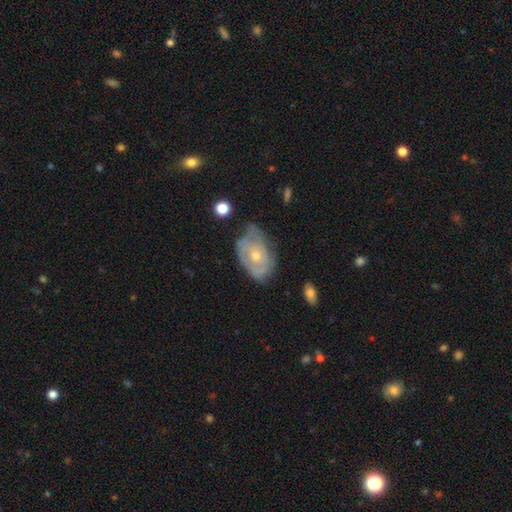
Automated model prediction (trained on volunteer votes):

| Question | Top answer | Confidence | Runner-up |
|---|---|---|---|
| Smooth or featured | featured or disk | 65% | smooth (28%) |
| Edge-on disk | no | 95% | yes (5%) |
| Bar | no | 82% | weak (16%) |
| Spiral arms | yes | 64% | no (36%) |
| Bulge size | moderate | 52% | small (44%) |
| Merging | none | 47% | minor disturbance (35%) |